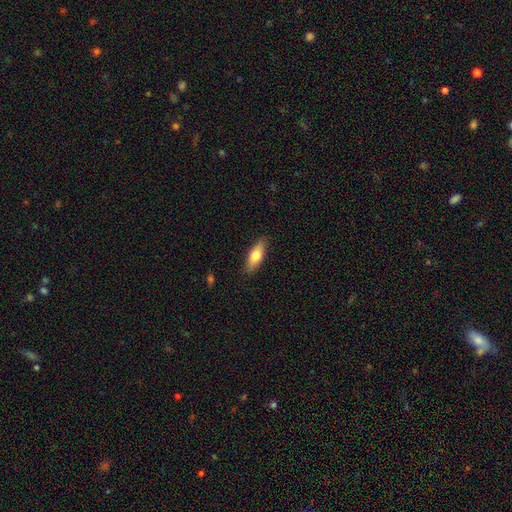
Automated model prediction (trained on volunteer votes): Smooth or featured? Predicted: smooth (p=0.71). How rounded? Predicted: in between (p=0.66). Merging? Predicted: none (p=0.87).